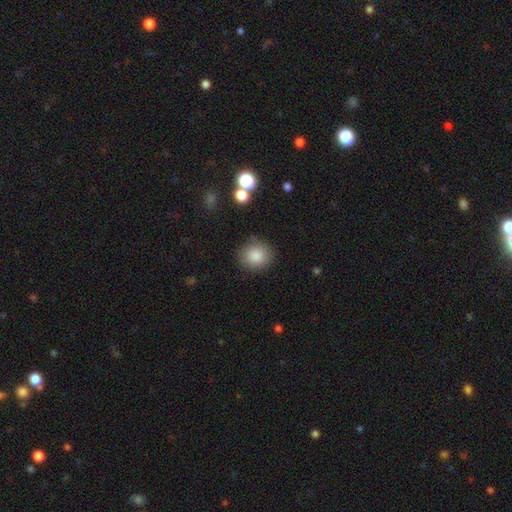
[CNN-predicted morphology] A smooth galaxy with no disk features (86%) that is round (84%).

Vote fractions:
- Smooth or featured? smooth: 86% / star or artifact: 9% / featured or disk: 5%
- How rounded? round: 84% / in between: 15% / cigar-shaped: 1%
- Merging? none: 83% / minor disturbance: 11% / major disturbance: 3% / merger: 2%